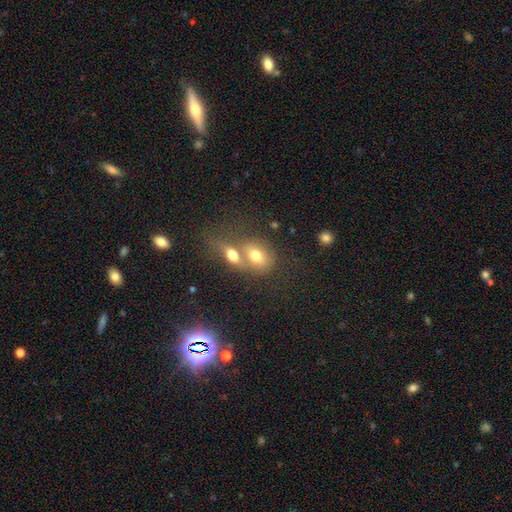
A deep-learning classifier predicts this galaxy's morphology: Smooth or featured?
  - smooth: 70% *
  - featured or disk: 19%
  - star or artifact: 11%
How rounded?
  - in between: 63% *
  - round: 34%
  - cigar-shaped: 3%
Merging?
  - merger: 61% *
  - none: 26%
  - minor disturbance: 8%
  - major disturbance: 5%